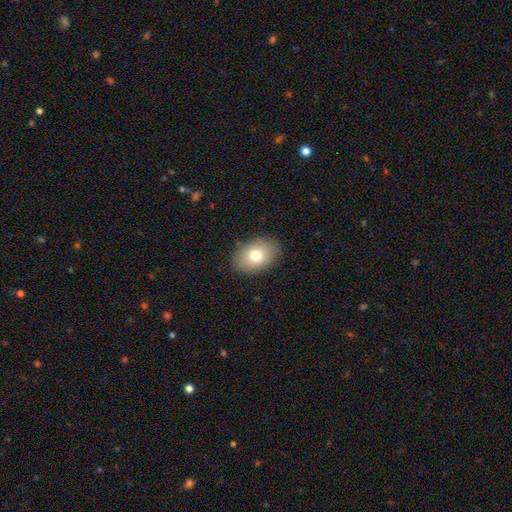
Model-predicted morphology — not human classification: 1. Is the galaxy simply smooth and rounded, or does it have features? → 75% smooth, 16% featured or disk, 9% star or artifact.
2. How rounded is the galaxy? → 84% in between, 15% round, 1% cigar-shaped.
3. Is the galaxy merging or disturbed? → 87% none, 10% minor disturbance, 3% major disturbance, 1% merger.